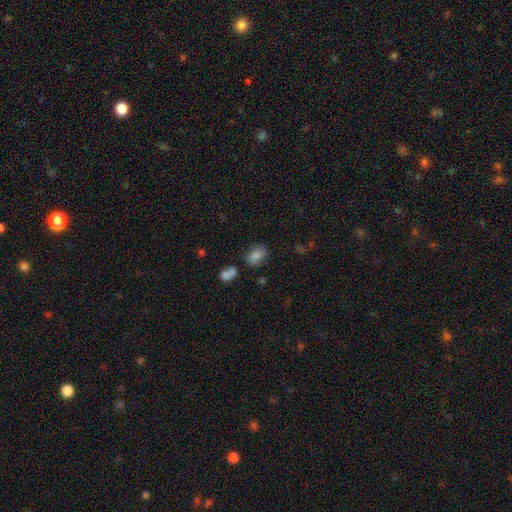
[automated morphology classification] type=smooth (81%); roundness=in between (73%); merging=none (66%).